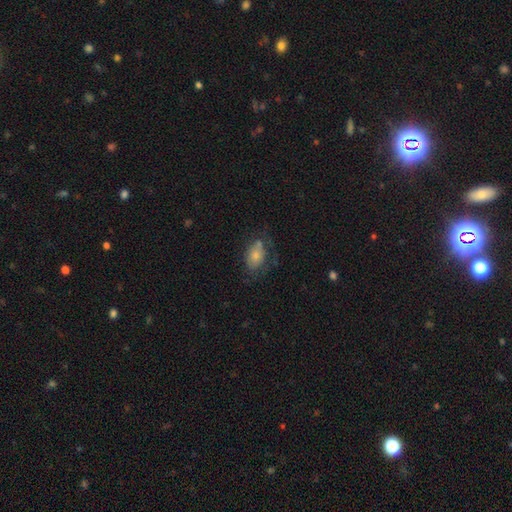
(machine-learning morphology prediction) This is possibly a smooth galaxy (59%). How rounded: clearly in between (83%). Merging: possibly none (54%).